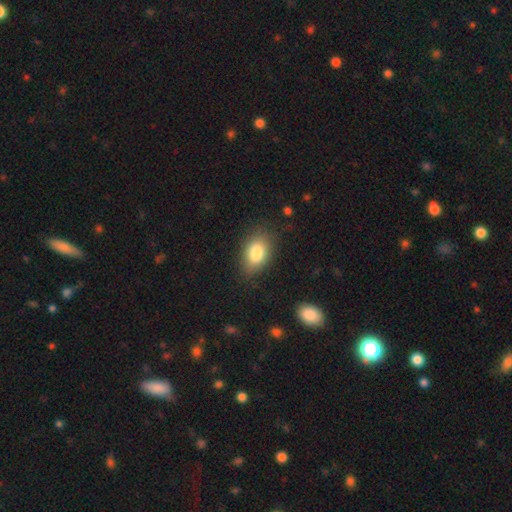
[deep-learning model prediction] smooth_or_featured: smooth (p=0.83) [alt: featured or disk p=0.09]
how_rounded: in between (p=0.89) [alt: round p=0.09]
merging: none (p=0.77) [alt: minor disturbance p=0.17]